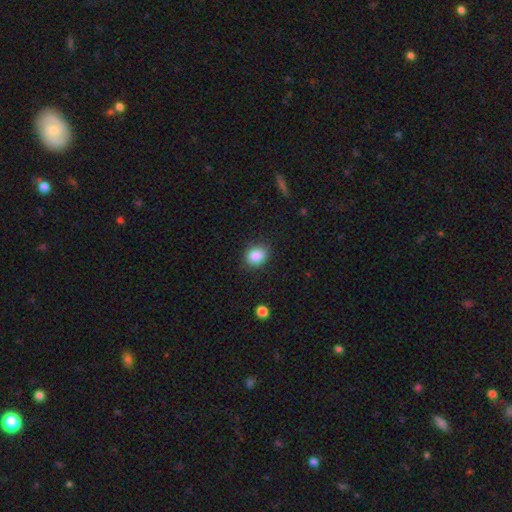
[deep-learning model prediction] This is clearly a smooth galaxy (87%). How rounded: possibly round (51%). Merging: clearly none (85%).